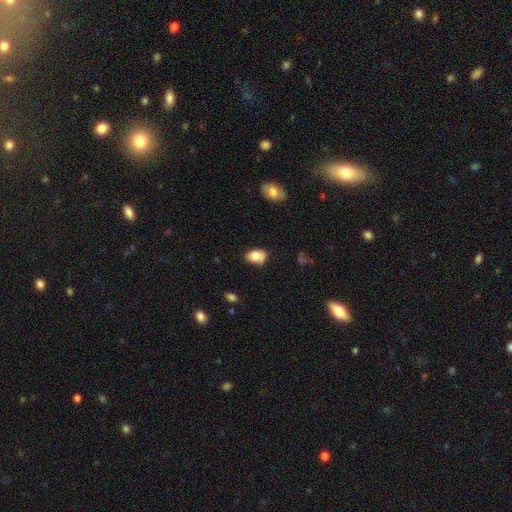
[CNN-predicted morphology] smooth-or-featured: smooth: 80% | featured or disk: 12% | star or artifact: 8%
  how-rounded: in between: 82% | round: 16% | cigar-shaped: 1%
  merging: none: 63% | minor disturbance: 28% | major disturbance: 6% | merger: 3%